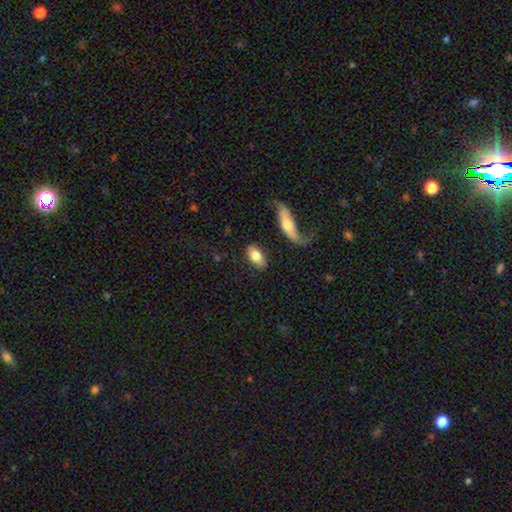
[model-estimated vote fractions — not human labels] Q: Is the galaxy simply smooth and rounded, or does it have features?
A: smooth — 77%.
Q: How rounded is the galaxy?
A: in between — 89%.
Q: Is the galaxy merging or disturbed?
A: none — 78%.